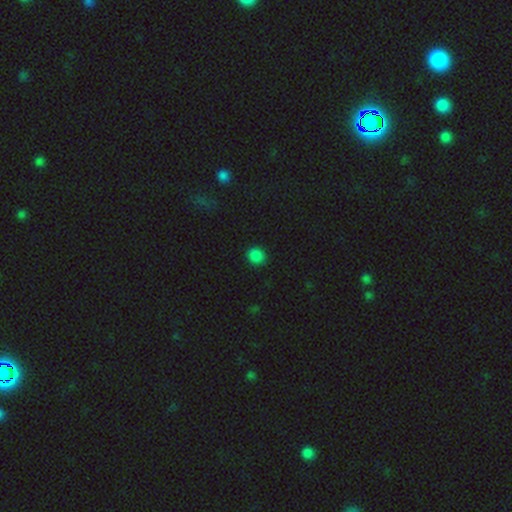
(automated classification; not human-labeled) Smooth or featured?
  - smooth: 85% *
  - star or artifact: 13%
  - featured or disk: 2%
How rounded?
  - round: 79% *
  - in between: 20%
  - cigar-shaped: 1%
Merging?
  - none: 91% *
  - minor disturbance: 6%
  - major disturbance: 2%
  - merger: 1%